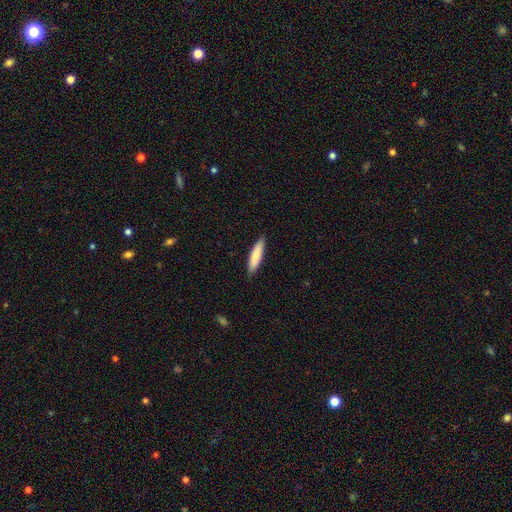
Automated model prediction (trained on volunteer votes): Smooth or featured? Predicted: smooth (p=0.79). How rounded? Predicted: cigar-shaped (p=0.76). Merging? Predicted: none (p=0.89).